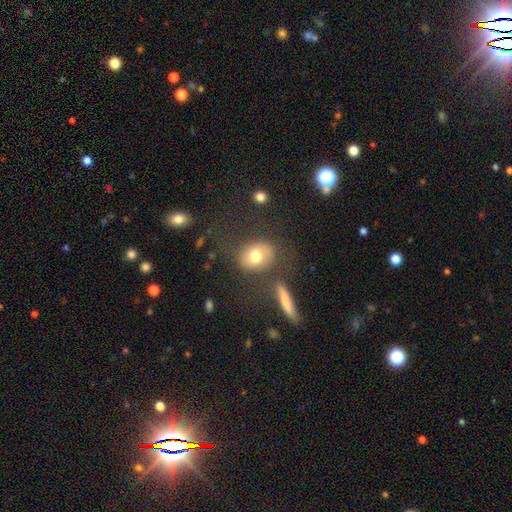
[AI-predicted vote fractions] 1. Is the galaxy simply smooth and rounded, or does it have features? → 69% smooth, 22% featured or disk, 9% star or artifact.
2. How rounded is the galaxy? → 52% in between, 46% round, 2% cigar-shaped.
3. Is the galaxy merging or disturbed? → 67% none, 15% minor disturbance, 9% major disturbance, 9% merger.